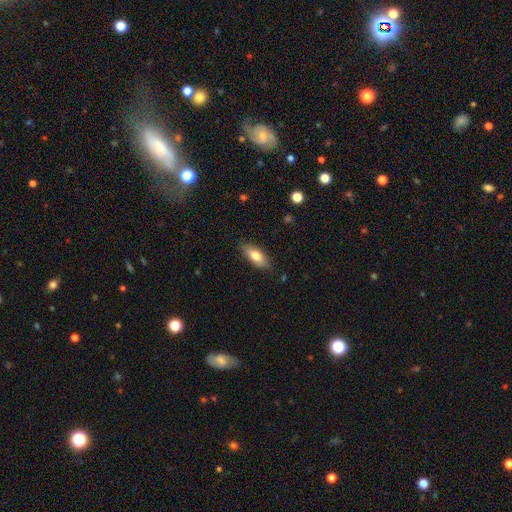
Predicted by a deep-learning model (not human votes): This appears to be a smooth galaxy with no disk features (76%) that is in between round and cigar-shaped (76%). Merging: none (83%).